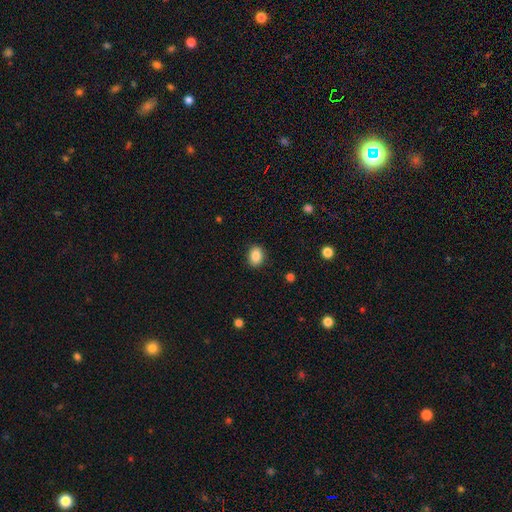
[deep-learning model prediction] Q: Smooth or featured?
A: smooth (87%); runner-up: star or artifact (9%)
Q: How rounded?
A: in between (62%); runner-up: round (37%)
Q: Merging?
A: none (88%); runner-up: minor disturbance (8%)